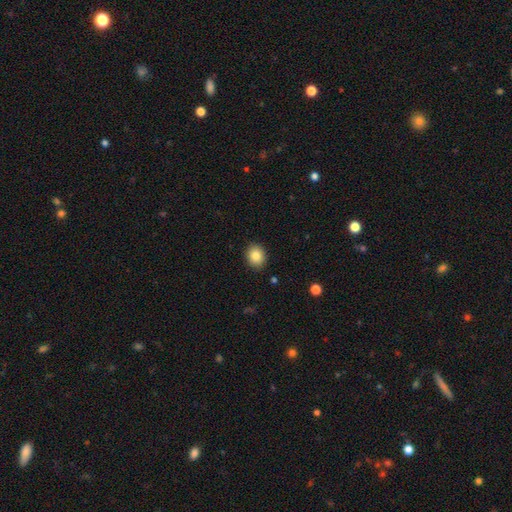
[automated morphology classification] The model was most divided on "how rounded": round: 66%, in between: 33%, cigar-shaped: 1%. More confident: merging — none (90%); smooth or featured — smooth (85%).